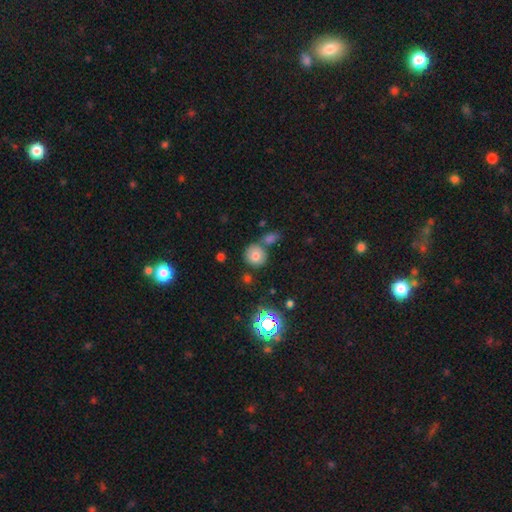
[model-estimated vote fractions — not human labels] Q: Smooth or featured?
A: smooth (74%); runner-up: star or artifact (16%)
Q: How rounded?
A: round (87%); runner-up: in between (12%)
Q: Merging?
A: none (66%); runner-up: merger (20%)